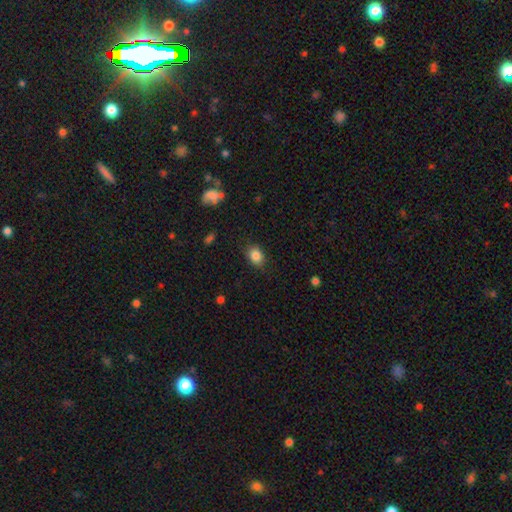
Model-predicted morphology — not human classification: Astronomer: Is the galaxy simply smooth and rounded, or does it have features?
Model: smooth — 85%.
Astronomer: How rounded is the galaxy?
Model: in between — 59% (runner-up: round, 40%).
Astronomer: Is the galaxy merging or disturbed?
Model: none — 84%.